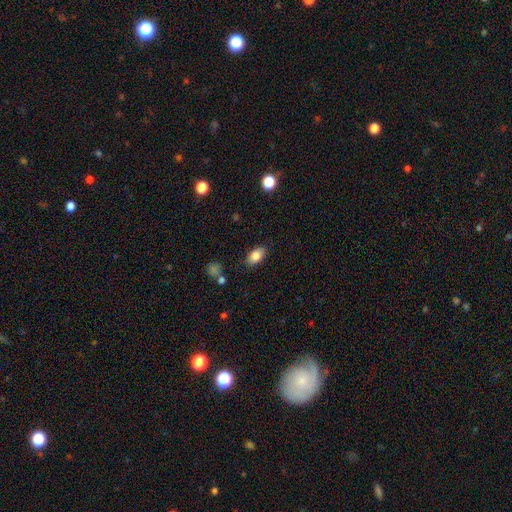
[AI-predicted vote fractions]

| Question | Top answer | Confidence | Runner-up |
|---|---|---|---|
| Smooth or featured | smooth | 84% | star or artifact (8%) |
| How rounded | in between | 90% | round (7%) |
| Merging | none | 84% | minor disturbance (11%) |